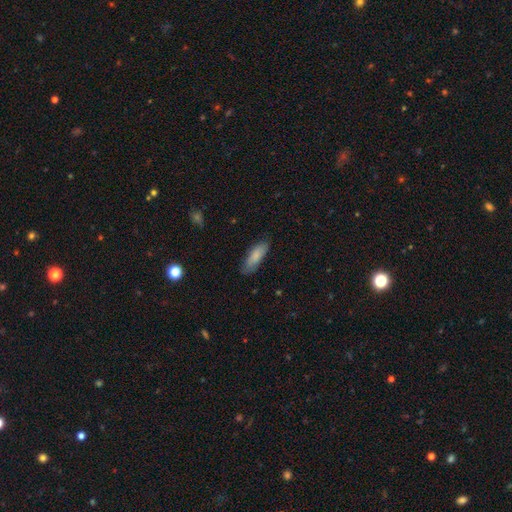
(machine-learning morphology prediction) A smooth galaxy with no disk features (83%) that is in between round and cigar-shaped (57%).

Vote fractions:
- Smooth or featured? smooth: 83% / featured or disk: 11% / star or artifact: 6%
- How rounded? in between: 57% / cigar-shaped: 41% / round: 2%
- Merging? none: 76% / minor disturbance: 19% / major disturbance: 4% / merger: 1%